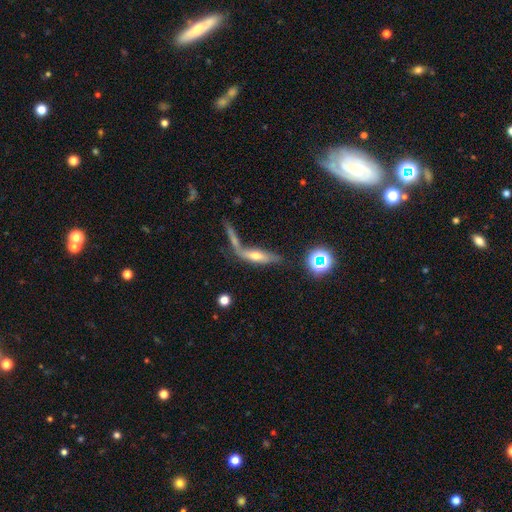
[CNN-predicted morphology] type=featured or disk (49%); merging=merger (43%).